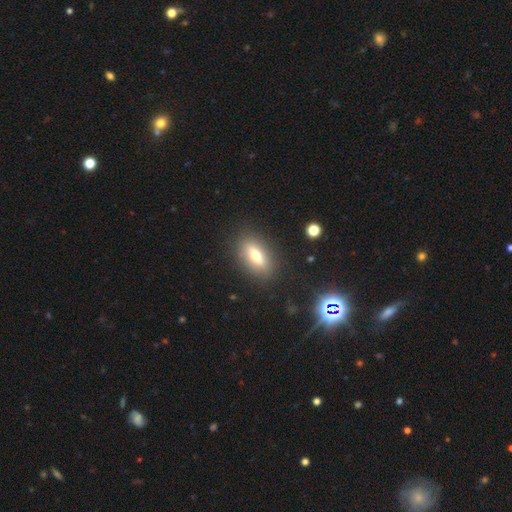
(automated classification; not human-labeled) Smooth or featured? Predicted: smooth (p=0.63). How rounded? Predicted: in between (p=0.75). Merging? Predicted: none (p=0.85).